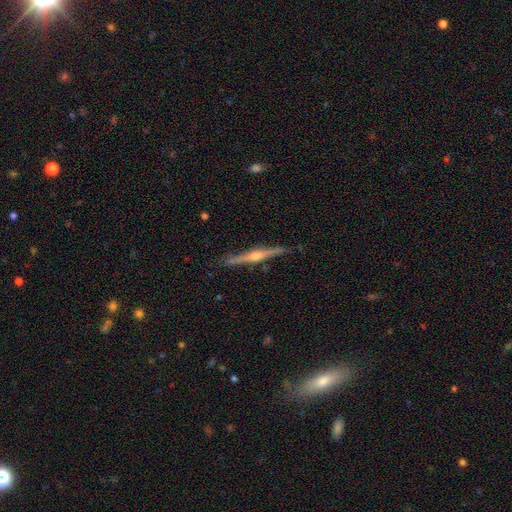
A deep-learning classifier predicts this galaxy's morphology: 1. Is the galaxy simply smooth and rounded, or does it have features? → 81% featured or disk, 14% smooth, 5% star or artifact.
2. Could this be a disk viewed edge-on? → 98% yes, 2% no.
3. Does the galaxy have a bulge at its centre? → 88% rounded, 6% boxy, 6% none.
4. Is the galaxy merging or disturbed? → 88% none, 9% minor disturbance, 2% major disturbance, 1% merger.